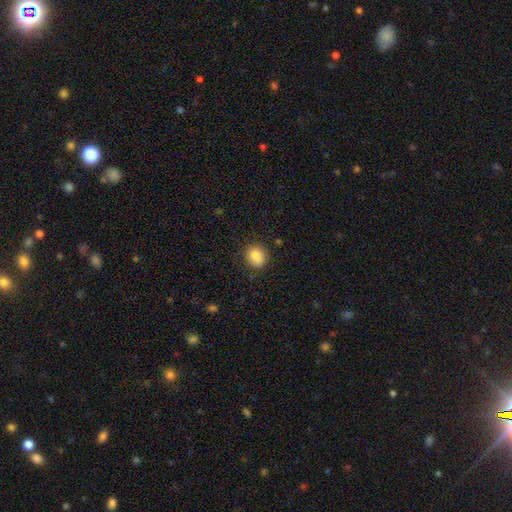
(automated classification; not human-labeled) This appears to be a smooth galaxy with no disk features (87%) that is round (66%). Merging: none (84%).